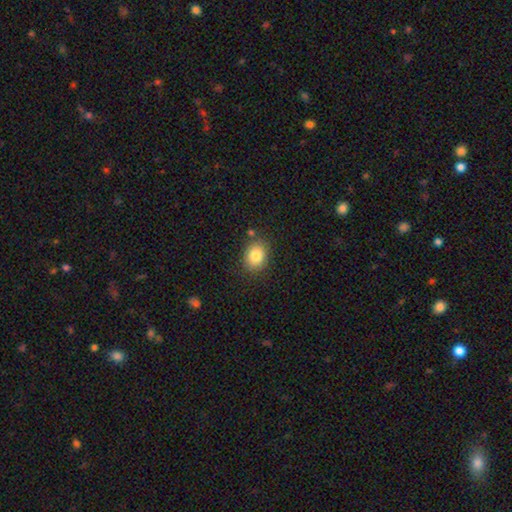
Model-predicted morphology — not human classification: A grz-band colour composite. It shows a smooth galaxy with no disk features (83%) that is in between round and cigar-shaped (54%). Merging: none (82%).